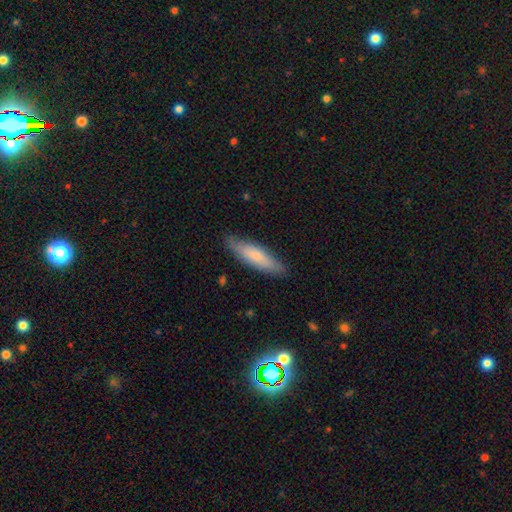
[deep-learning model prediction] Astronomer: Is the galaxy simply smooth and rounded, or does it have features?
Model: smooth — 74%.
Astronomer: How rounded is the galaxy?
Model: cigar-shaped — 69%.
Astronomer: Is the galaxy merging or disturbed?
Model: none — 83%.